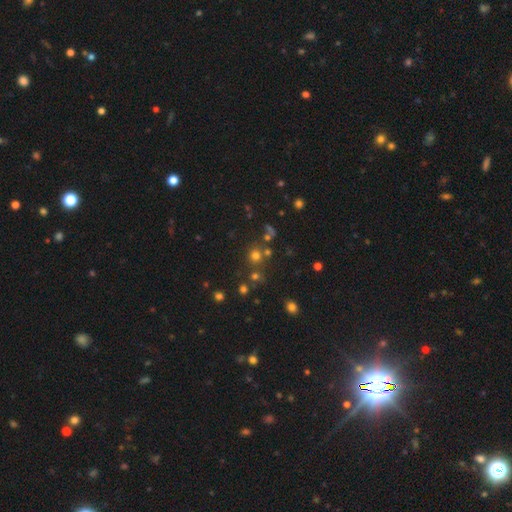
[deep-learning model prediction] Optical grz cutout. It shows a smooth galaxy with no disk features (64%) that is round (91%). Merging: none (71%).